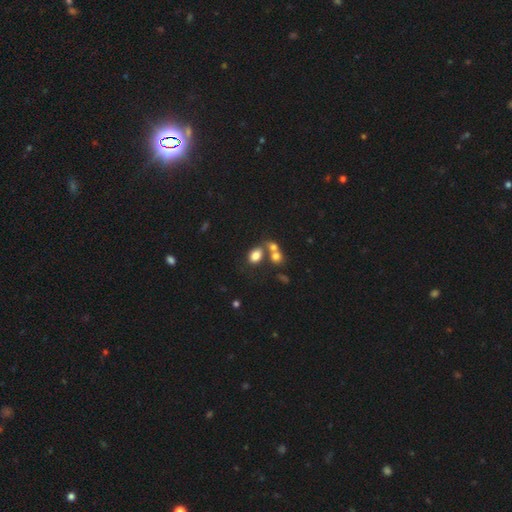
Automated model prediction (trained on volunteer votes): A smooth galaxy with no disk features (78%) that is in between round and cigar-shaped (70%).

Vote fractions:
- Smooth or featured? smooth: 78% / star or artifact: 12% / featured or disk: 10%
- How rounded? in between: 70% / round: 29% / cigar-shaped: 1%
- Merging? none: 46% / merger: 38% / minor disturbance: 11% / major disturbance: 5%